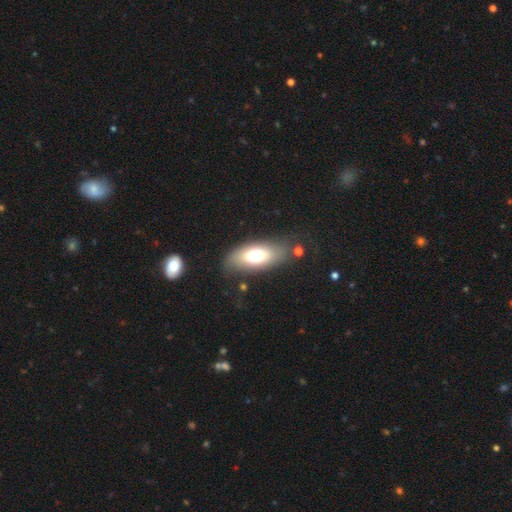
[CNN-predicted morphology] Smooth or featured?
  - smooth: 67% *
  - featured or disk: 24%
  - star or artifact: 8%
How rounded?
  - in between: 84% *
  - cigar-shaped: 12%
  - round: 4%
Merging?
  - none: 77% *
  - minor disturbance: 14%
  - major disturbance: 6%
  - merger: 3%